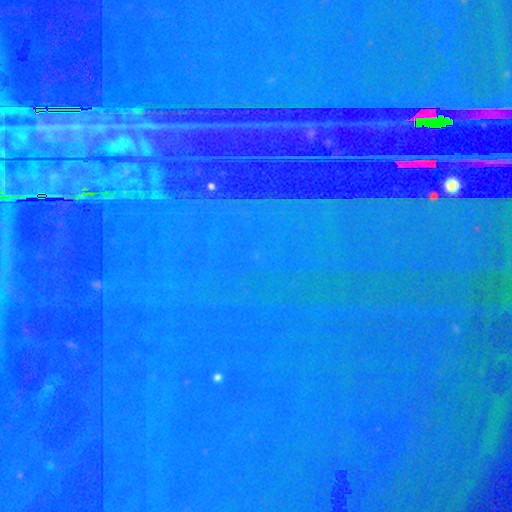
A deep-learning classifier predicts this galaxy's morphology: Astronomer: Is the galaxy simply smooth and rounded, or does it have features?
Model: star or artifact — 88%.